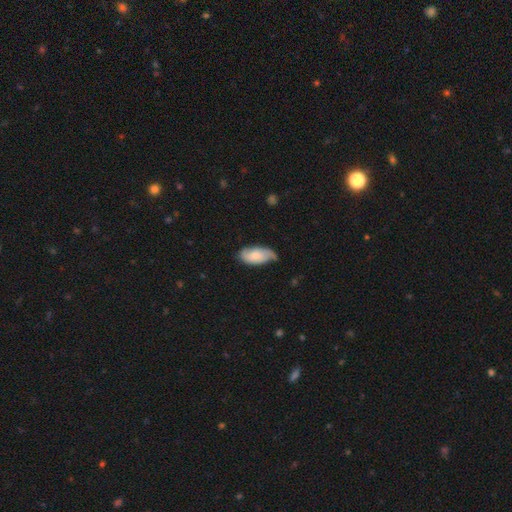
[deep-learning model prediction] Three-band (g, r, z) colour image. It shows a smooth galaxy with no disk features (60%) that is in between round and cigar-shaped (92%). Merging: none (55%).